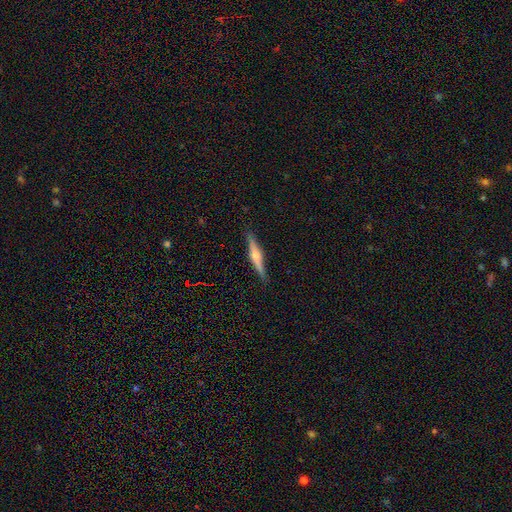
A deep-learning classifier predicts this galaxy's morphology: A featured or disk galaxy (65%) viewed edge-on (97%) with a rounded central bulge (81%).

Vote fractions:
- Smooth or featured? featured or disk: 65% / smooth: 29% / star or artifact: 7%
- Edge-on disk? yes: 97% / no: 3%
- Edge-on bulge? rounded: 81% / boxy: 12% / none: 7%
- Merging? none: 89% / minor disturbance: 8% / major disturbance: 2% / merger: 1%